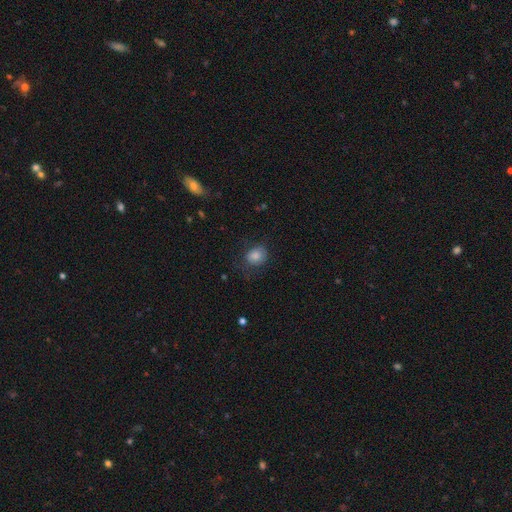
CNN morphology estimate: The model was most divided on "how rounded": round: 65%, in between: 34%, cigar-shaped: 1%. More confident: smooth or featured — smooth (76%); merging — none (68%).